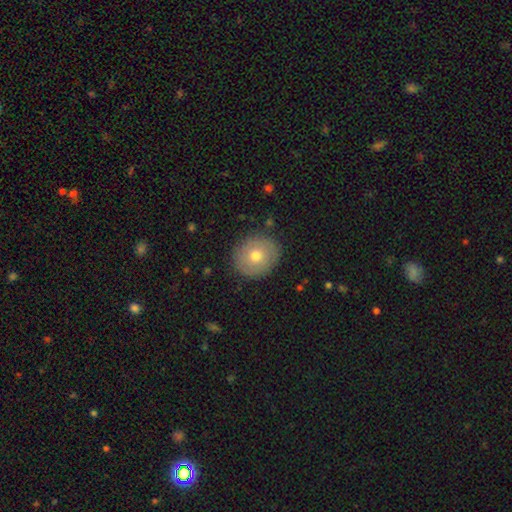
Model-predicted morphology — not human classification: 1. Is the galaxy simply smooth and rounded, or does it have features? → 68% smooth, 23% featured or disk, 9% star or artifact.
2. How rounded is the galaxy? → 85% round, 14% in between, 1% cigar-shaped.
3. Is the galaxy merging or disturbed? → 88% none, 8% minor disturbance, 2% major disturbance, 1% merger.